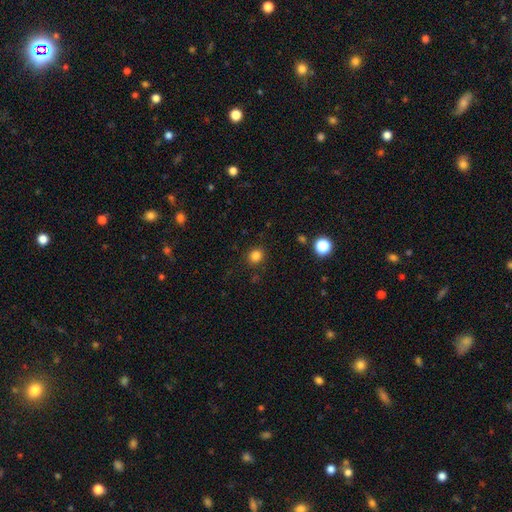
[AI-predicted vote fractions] Smooth or featured? Predicted: smooth (p=0.83). How rounded? Predicted: round (p=0.82). Merging? Predicted: none (p=0.89).